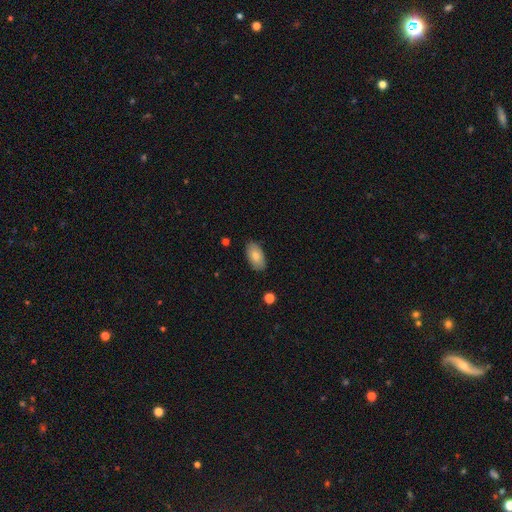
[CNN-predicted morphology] This appears to be a smooth galaxy with no disk features (80%) that is in between round and cigar-shaped (94%). Merging: none (85%).